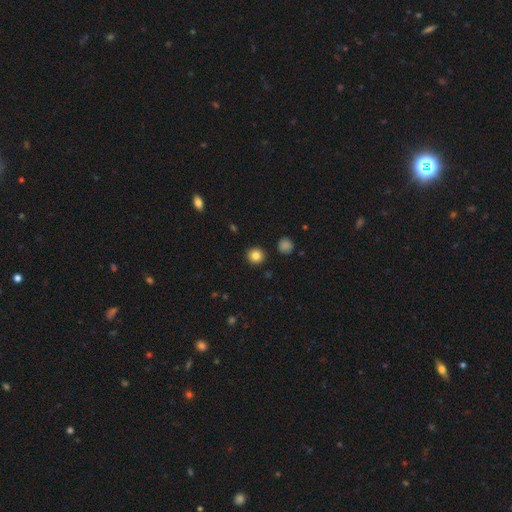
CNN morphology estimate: smooth-or-featured: smooth: 84% | star or artifact: 11% | featured or disk: 5%
  how-rounded: round: 92% | in between: 7% | cigar-shaped: 1%
  merging: none: 92% | minor disturbance: 5% | major disturbance: 2% | merger: 1%